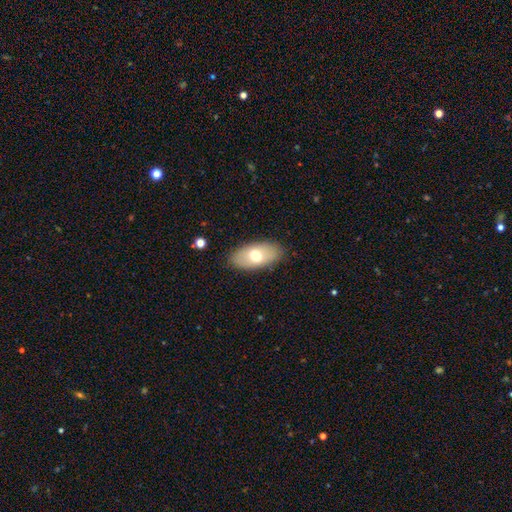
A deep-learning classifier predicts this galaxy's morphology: Q: Smooth or featured?
A: smooth (66%); runner-up: featured or disk (28%)
Q: How rounded?
A: in between (92%); runner-up: cigar-shaped (4%)
Q: Merging?
A: none (86%); runner-up: minor disturbance (10%)